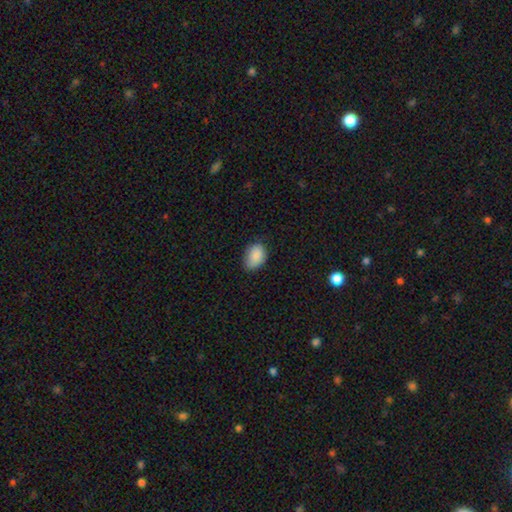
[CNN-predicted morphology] This appears to be a smooth galaxy with no disk features (88%) that is in between round and cigar-shaped (83%). Merging: none (72%).